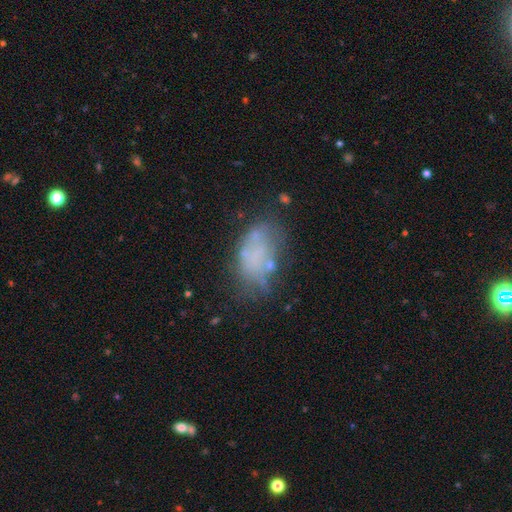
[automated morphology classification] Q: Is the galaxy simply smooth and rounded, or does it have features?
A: smooth — 51%.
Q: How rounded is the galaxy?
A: in between — 89%.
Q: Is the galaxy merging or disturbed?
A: none — 46%.